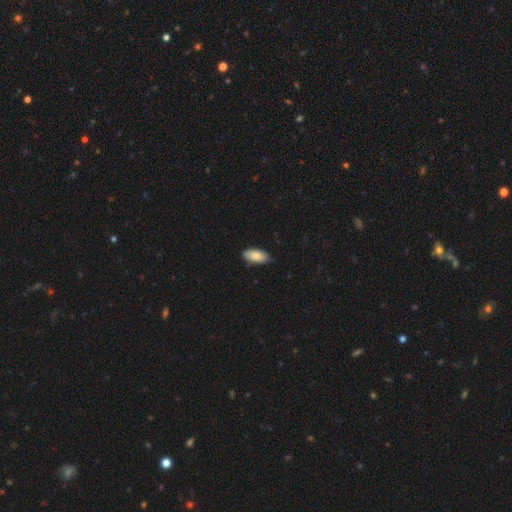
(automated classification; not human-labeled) Smooth or featured?
  - smooth: 85% *
  - featured or disk: 9%
  - star or artifact: 6%
How rounded?
  - in between: 90% *
  - cigar-shaped: 8%
  - round: 2%
Merging?
  - none: 82% *
  - minor disturbance: 15%
  - major disturbance: 2%
  - merger: 1%